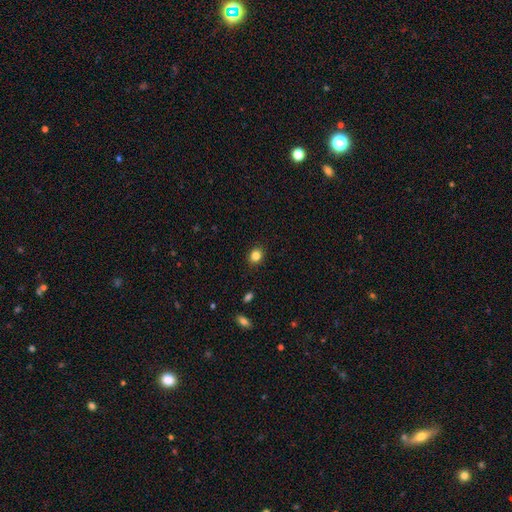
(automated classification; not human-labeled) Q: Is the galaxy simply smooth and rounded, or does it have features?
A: smooth — 84%.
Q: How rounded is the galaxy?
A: round — 67%.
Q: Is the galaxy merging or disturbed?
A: none — 89%.